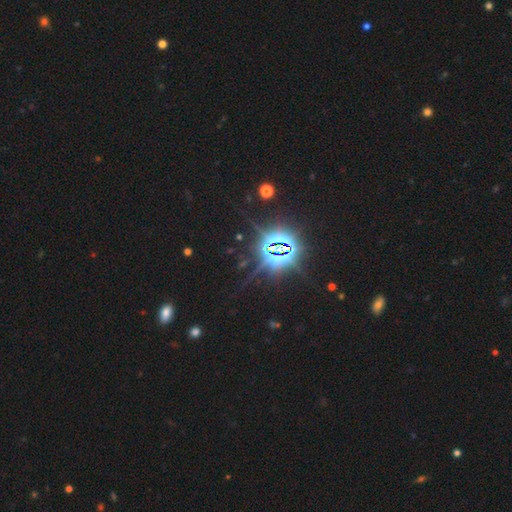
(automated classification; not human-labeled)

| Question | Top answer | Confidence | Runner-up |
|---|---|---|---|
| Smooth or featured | star or artifact | 87% | smooth (8%) |